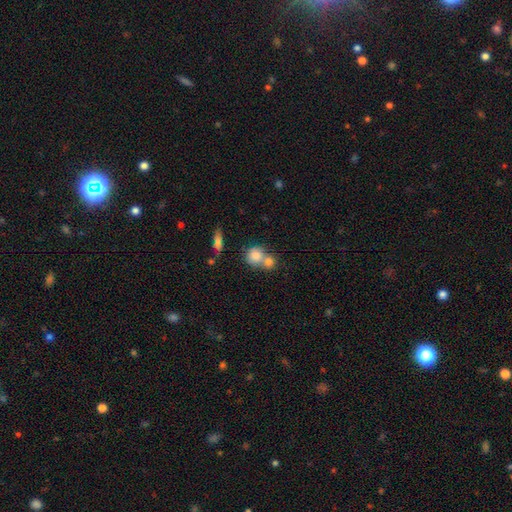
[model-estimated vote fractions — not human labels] The model was most divided on "merging": merger: 55%, none: 35%, minor disturbance: 7%, major disturbance: 3%. More confident: how rounded — round (82%); smooth or featured — smooth (81%).